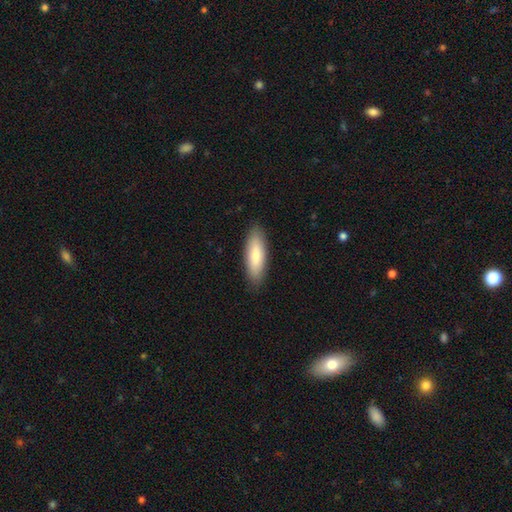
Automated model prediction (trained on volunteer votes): smooth_or_featured: smooth (p=0.80) [alt: featured or disk p=0.15]
how_rounded: in between (p=0.53) [alt: cigar-shaped p=0.45]
merging: none (p=0.88) [alt: minor disturbance p=0.09]